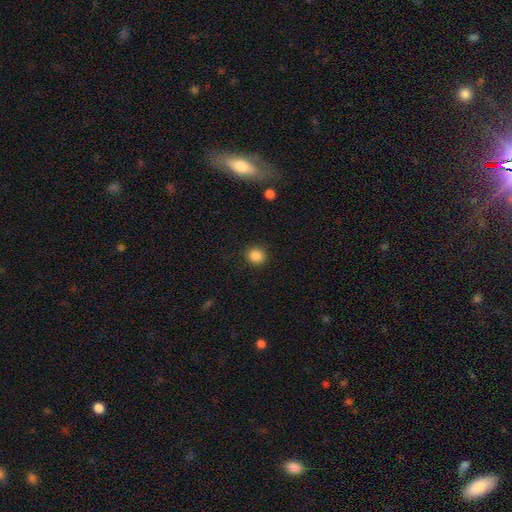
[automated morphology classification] Overall: smooth (87%). How rounded: round (80%). Merging: none (89%).